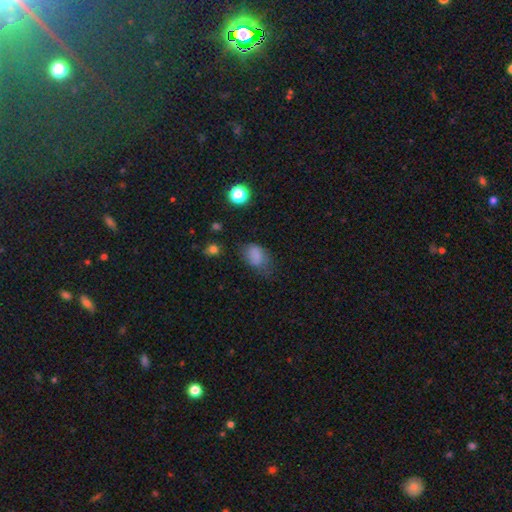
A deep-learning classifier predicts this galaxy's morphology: This is likely a smooth galaxy (77%). How rounded: likely in between (79%). Merging: possibly none (51%).